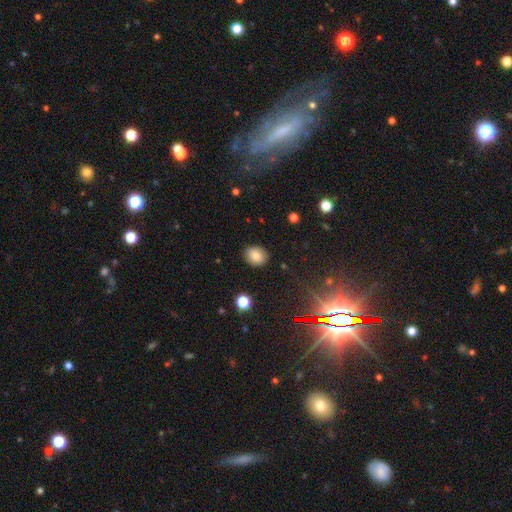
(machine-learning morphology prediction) Smooth or featured: smooth — 82% (star or artifact — 11%)
How rounded: round — 58% (in between — 41%)
Merging: none — 88% (minor disturbance — 8%)